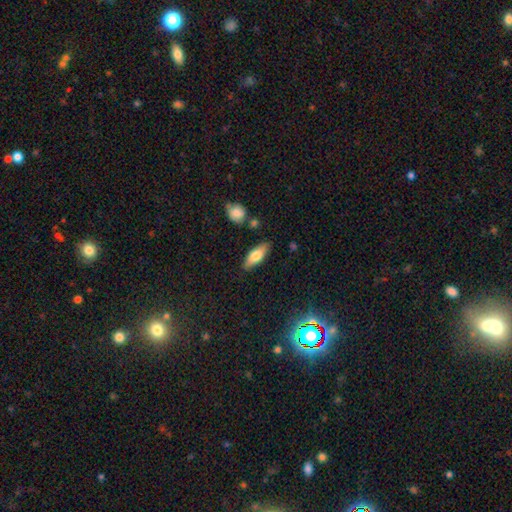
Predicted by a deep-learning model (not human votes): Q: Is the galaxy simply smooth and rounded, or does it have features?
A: smooth — 71%.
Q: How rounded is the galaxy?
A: in between — 66%.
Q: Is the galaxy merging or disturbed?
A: none — 83%.